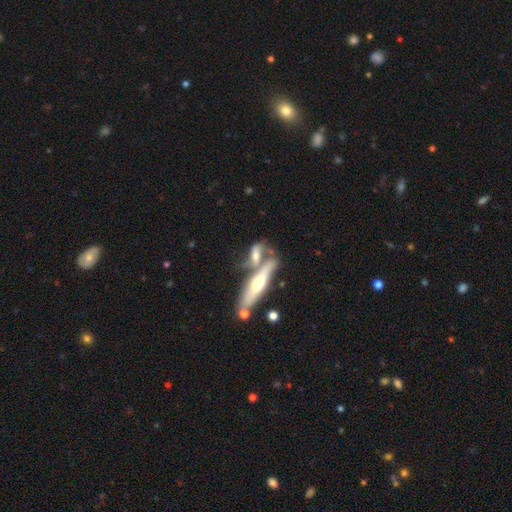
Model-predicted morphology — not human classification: smooth_or_featured: featured or disk (p=0.48) [alt: smooth p=0.44]
merging: merger (p=0.42) [alt: none p=0.38]